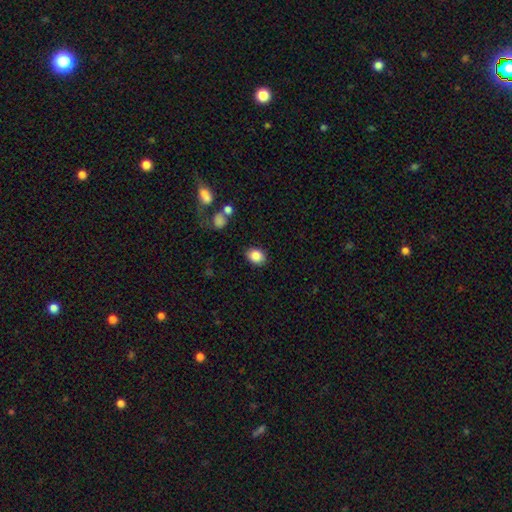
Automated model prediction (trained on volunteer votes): Smooth or featured? smooth (86%)
How rounded? in between (60%)
Merging? none (84%)